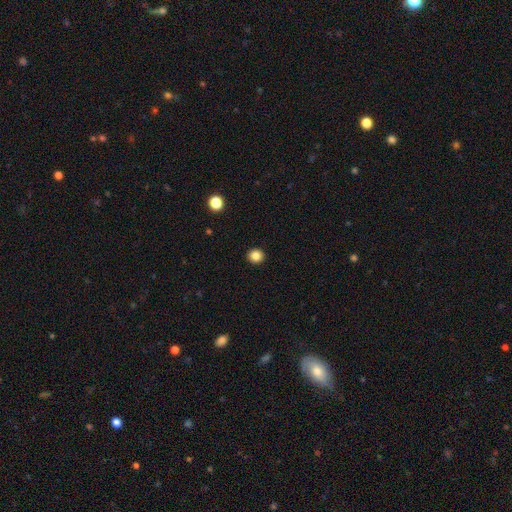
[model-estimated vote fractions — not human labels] A smooth galaxy with no disk features (84%) that is round (90%).

Vote fractions:
- Smooth or featured? smooth: 84% / star or artifact: 11% / featured or disk: 5%
- How rounded? round: 90% / in between: 9% / cigar-shaped: 1%
- Merging? none: 93% / minor disturbance: 5% / major disturbance: 2% / merger: 1%